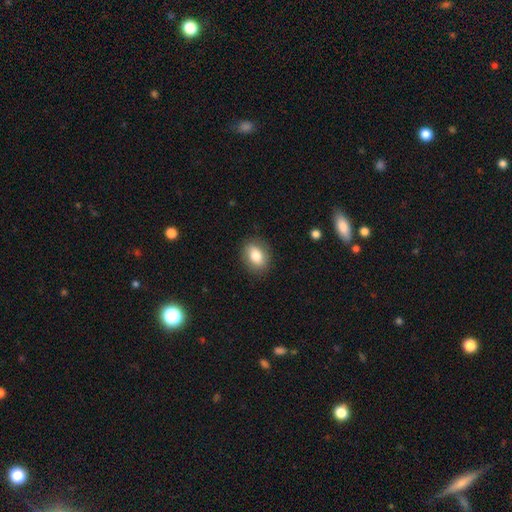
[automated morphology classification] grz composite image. It shows a smooth galaxy with no disk features (80%) that is in between round and cigar-shaped (69%). Merging: none (86%).